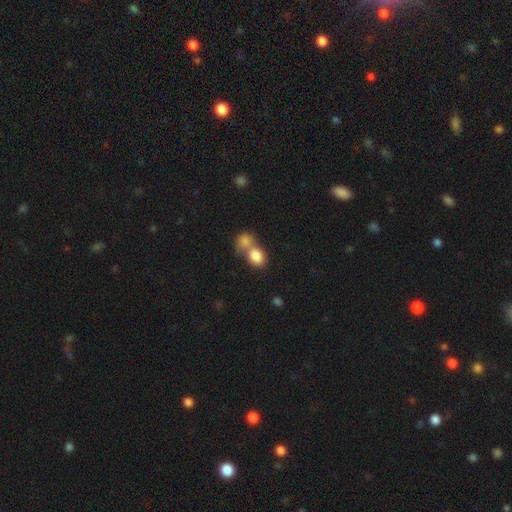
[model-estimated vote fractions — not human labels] This is clearly a smooth galaxy (83%). How rounded: possibly in between (53%). Merging: likely merger (61%).